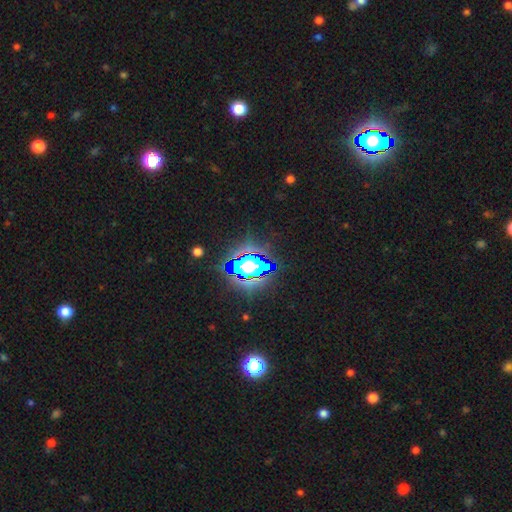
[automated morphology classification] smooth_or_featured: star or artifact (p=0.65) [alt: smooth p=0.22]